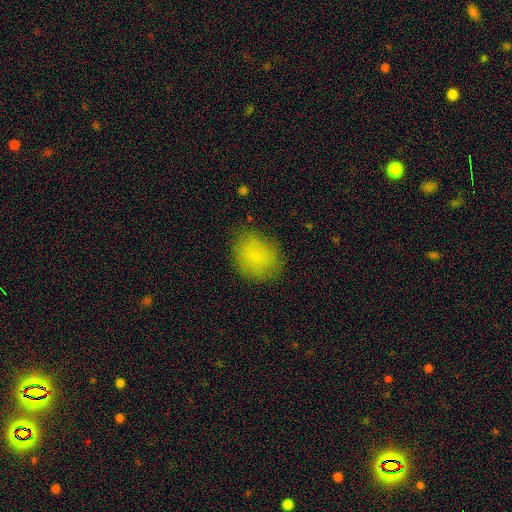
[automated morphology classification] smooth-or-featured: smooth: 76% | featured or disk: 14% | star or artifact: 10%
  how-rounded: round: 61% | in between: 37% | cigar-shaped: 1%
  merging: none: 75% | minor disturbance: 18% | major disturbance: 6% | merger: 1%